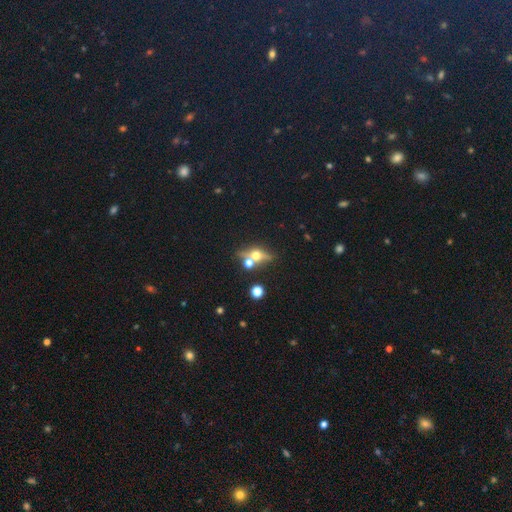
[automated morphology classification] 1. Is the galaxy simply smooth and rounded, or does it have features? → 47% featured or disk, 38% smooth, 15% star or artifact.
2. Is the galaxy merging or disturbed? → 58% none, 26% merger, 11% minor disturbance, 6% major disturbance.